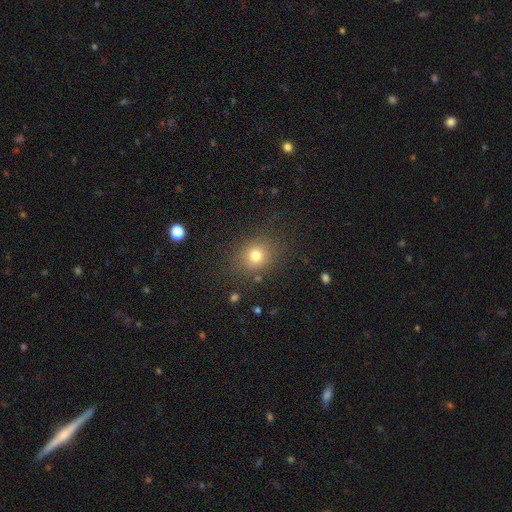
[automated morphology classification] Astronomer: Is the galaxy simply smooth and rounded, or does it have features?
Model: smooth — 76%.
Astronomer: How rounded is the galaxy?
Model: round — 77%.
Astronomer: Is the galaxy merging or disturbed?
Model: none — 82%.